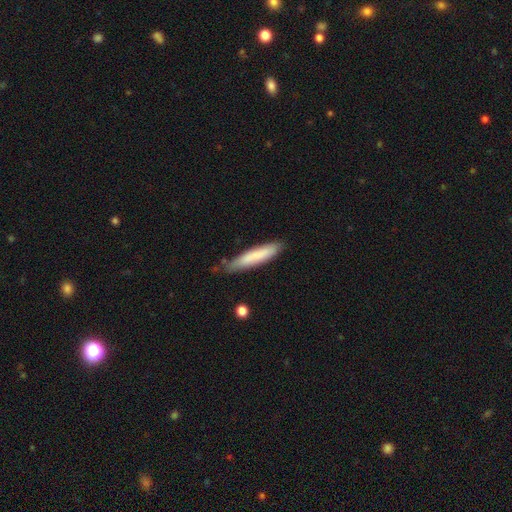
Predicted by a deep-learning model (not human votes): This appears to be a smooth galaxy with no disk features (77%) that is cigar-shaped (87%). Merging: none (75%).